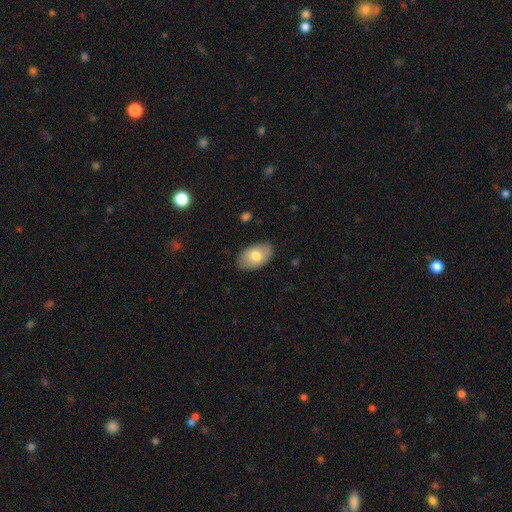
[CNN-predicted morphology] Smooth or featured? Predicted: smooth (p=0.77). How rounded? Predicted: in between (p=0.93). Merging? Predicted: none (p=0.85).